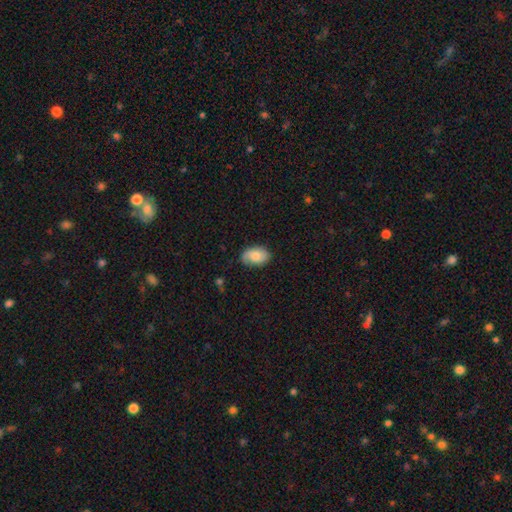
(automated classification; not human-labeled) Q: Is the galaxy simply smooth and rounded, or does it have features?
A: smooth — 71%.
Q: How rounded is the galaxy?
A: in between — 88%.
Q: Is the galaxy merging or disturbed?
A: none — 74%.